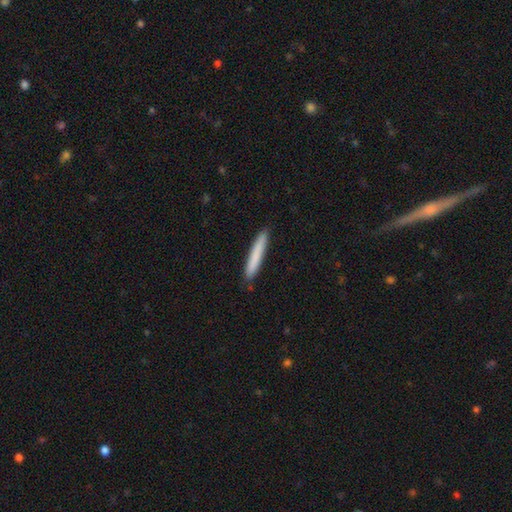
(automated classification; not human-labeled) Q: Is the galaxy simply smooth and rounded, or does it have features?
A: smooth — 79%.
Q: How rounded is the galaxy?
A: cigar-shaped — 95%.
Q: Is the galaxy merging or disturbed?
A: none — 89%.